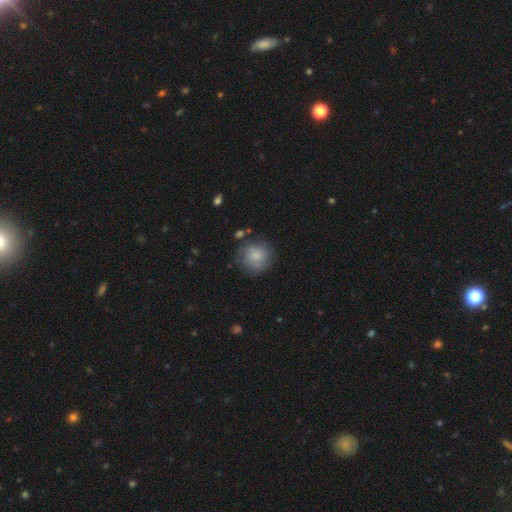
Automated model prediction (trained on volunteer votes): Morphology: type=smooth (78%); roundness=round (89%); merging=none (69%).